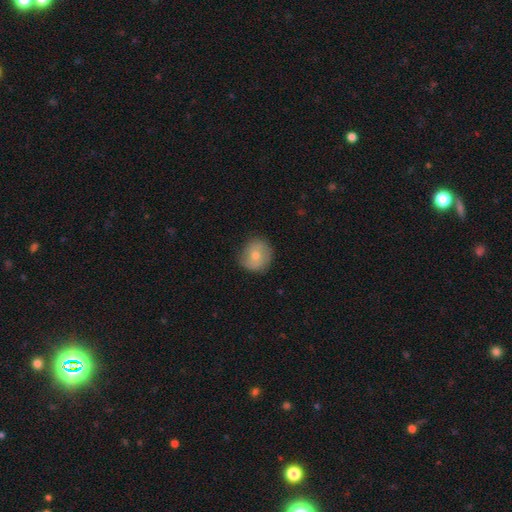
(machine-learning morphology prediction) This appears to be a smooth galaxy with no disk features (64%) that is round (85%). Merging: none (78%).